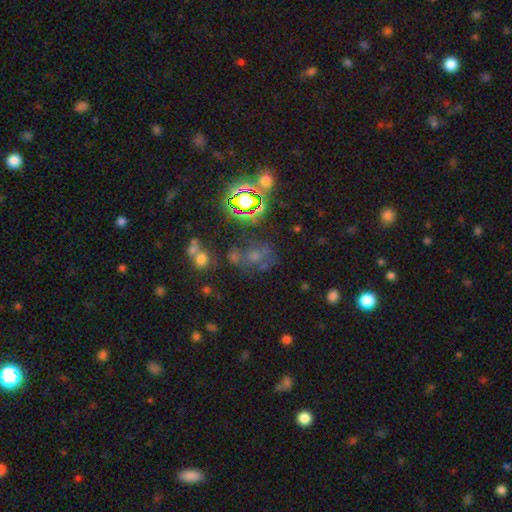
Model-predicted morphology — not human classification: smooth_or_featured: smooth (p=0.42) [alt: star or artifact p=0.38]
merging: none (p=0.47) [alt: minor disturbance p=0.19]